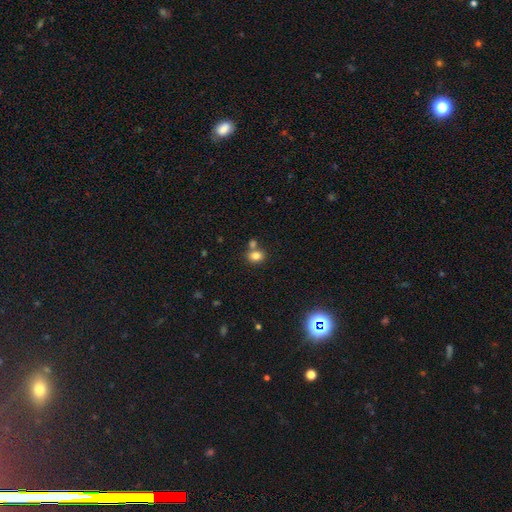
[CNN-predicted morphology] Smooth or featured?
  - smooth: 81% *
  - star or artifact: 11%
  - featured or disk: 8%
How rounded?
  - in between: 56% *
  - round: 42%
  - cigar-shaped: 1%
Merging?
  - none: 56% *
  - merger: 30%
  - minor disturbance: 11%
  - major disturbance: 4%